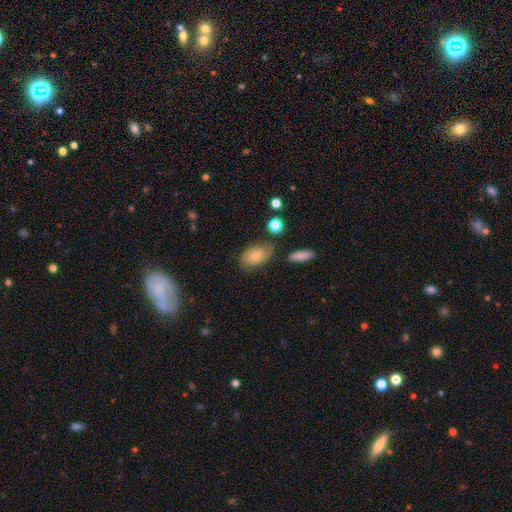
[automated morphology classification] A smooth galaxy with no disk features (64%) that is in between round and cigar-shaped (88%).

Vote fractions:
- Smooth or featured? smooth: 64% / featured or disk: 28% / star or artifact: 8%
- How rounded? in between: 88% / round: 10% / cigar-shaped: 2%
- Merging? none: 67% / minor disturbance: 21% / major disturbance: 7% / merger: 5%